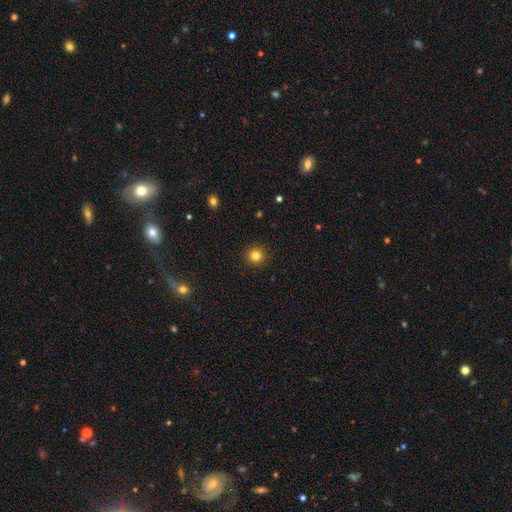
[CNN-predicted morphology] A smooth galaxy with no disk features (82%) that is round (95%). Merging: none (93%).